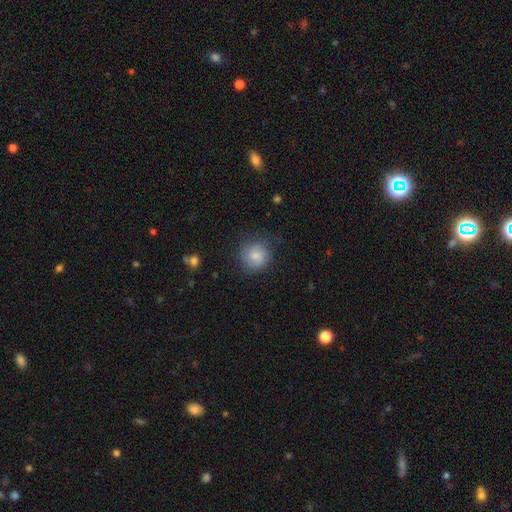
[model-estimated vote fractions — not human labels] Q: Smooth or featured?
A: smooth (81%); runner-up: featured or disk (12%)
Q: How rounded?
A: round (89%); runner-up: in between (10%)
Q: Merging?
A: none (75%); runner-up: minor disturbance (17%)